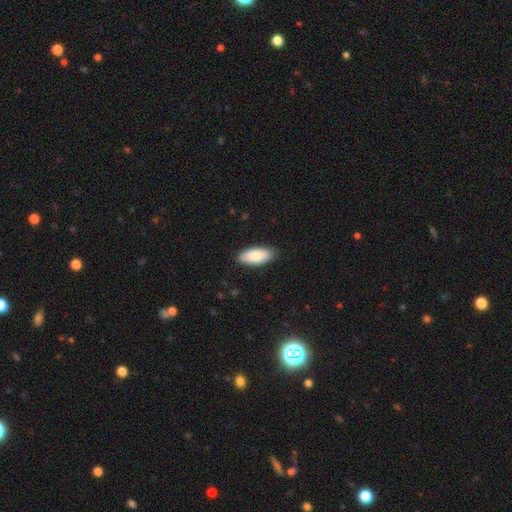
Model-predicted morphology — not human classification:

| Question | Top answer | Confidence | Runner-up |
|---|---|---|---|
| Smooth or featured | smooth | 85% | featured or disk (10%) |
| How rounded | in between | 89% | cigar-shaped (10%) |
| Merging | none | 86% | minor disturbance (11%) |